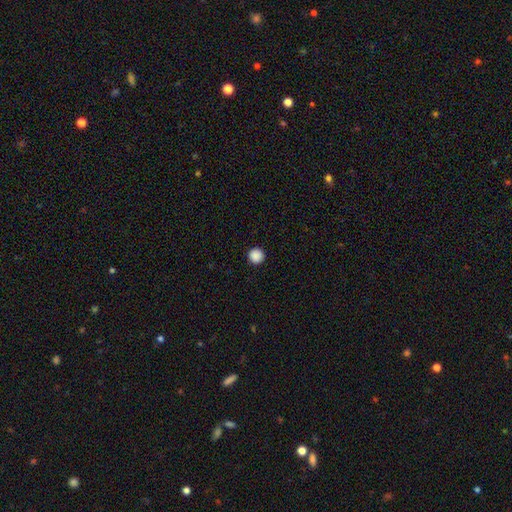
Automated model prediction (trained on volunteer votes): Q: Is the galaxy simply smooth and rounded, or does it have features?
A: smooth — 89%.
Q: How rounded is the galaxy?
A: round — 96%.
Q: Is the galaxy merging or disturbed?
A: none — 94%.